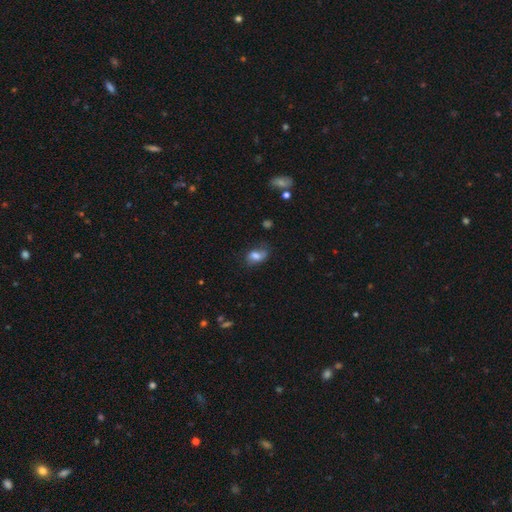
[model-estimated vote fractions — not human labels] Morphology: type=smooth (68%); roundness=in between (83%); merging=none (48%).